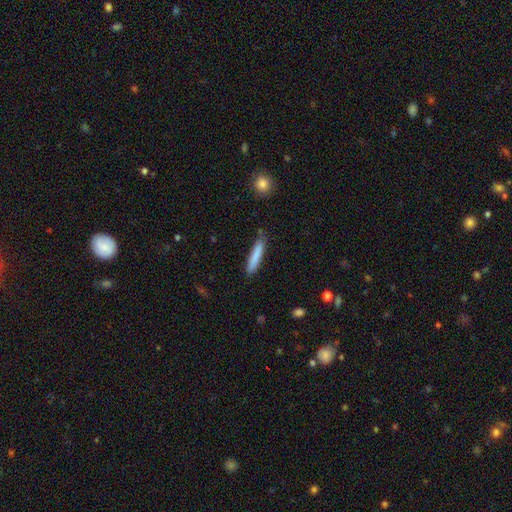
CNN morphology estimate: Q: Smooth or featured?
A: smooth (82%); runner-up: featured or disk (12%)
Q: How rounded?
A: cigar-shaped (92%); runner-up: in between (7%)
Q: Merging?
A: none (78%); runner-up: minor disturbance (17%)